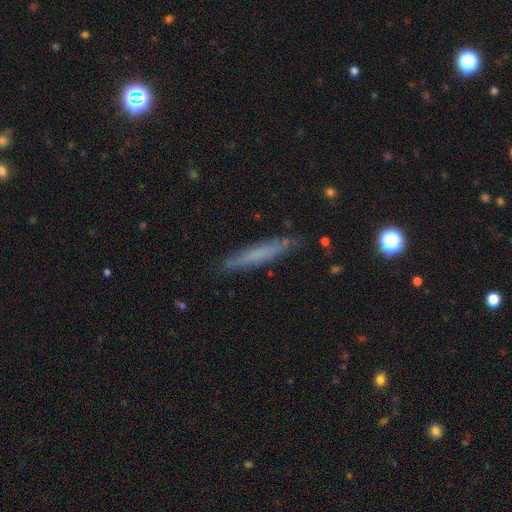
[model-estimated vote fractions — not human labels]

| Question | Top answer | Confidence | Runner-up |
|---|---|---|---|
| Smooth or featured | smooth | 54% | featured or disk (36%) |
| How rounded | cigar-shaped | 94% | in between (4%) |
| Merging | none | 88% | minor disturbance (9%) |